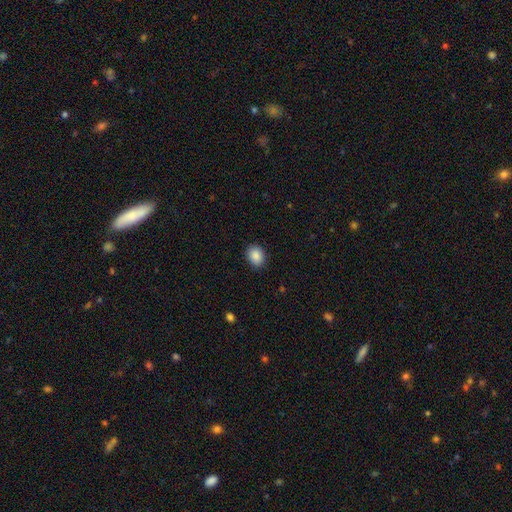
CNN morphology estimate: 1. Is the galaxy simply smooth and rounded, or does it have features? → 88% smooth, 8% star or artifact, 3% featured or disk.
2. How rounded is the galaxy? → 53% round, 47% in between, 1% cigar-shaped.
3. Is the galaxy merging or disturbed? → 88% none, 9% minor disturbance, 2% major disturbance, 1% merger.